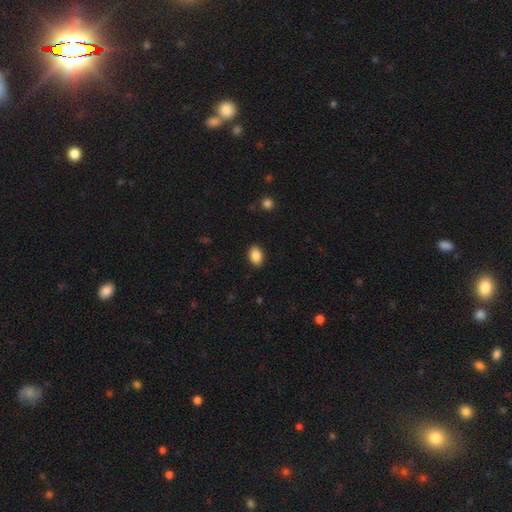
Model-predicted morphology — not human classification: Smooth or featured?
  - smooth: 88% *
  - star or artifact: 8%
  - featured or disk: 4%
How rounded?
  - in between: 87% *
  - round: 12%
  - cigar-shaped: 1%
Merging?
  - none: 89% *
  - minor disturbance: 8%
  - major disturbance: 2%
  - merger: 1%